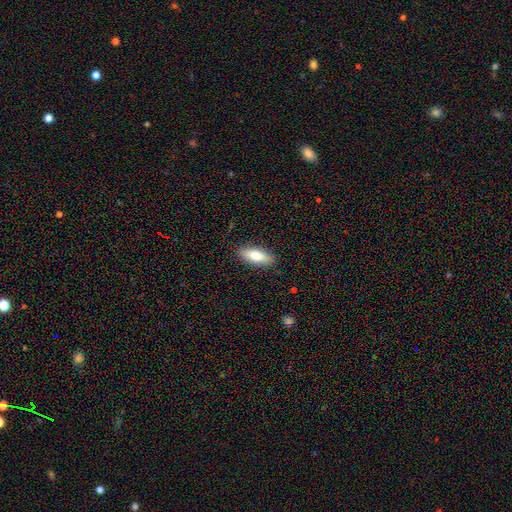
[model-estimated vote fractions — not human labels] smooth 76%, featured or disk 18%, star or artifact 6%. Down the decision tree: how rounded — in between (66%); merging — none (88%).